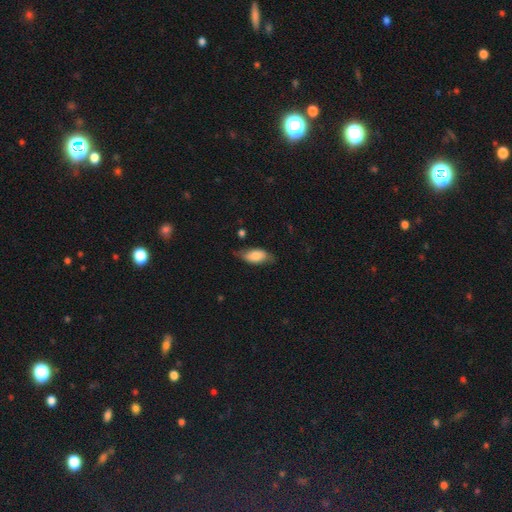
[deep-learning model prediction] A smooth galaxy with no disk features (74%) that is in between round and cigar-shaped (90%).

Vote fractions:
- Smooth or featured? smooth: 74% / featured or disk: 20% / star or artifact: 7%
- How rounded? in between: 90% / cigar-shaped: 7% / round: 3%
- Merging? none: 62% / minor disturbance: 28% / major disturbance: 8% / merger: 2%